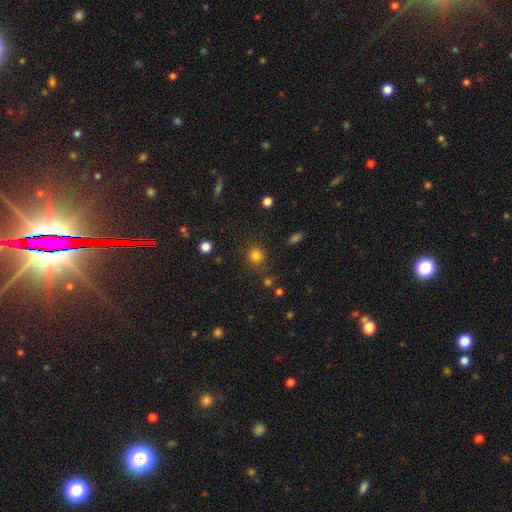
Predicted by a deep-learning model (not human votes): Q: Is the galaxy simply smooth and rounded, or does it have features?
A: smooth — 79%.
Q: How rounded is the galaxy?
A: round — 86%.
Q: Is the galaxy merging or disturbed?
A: none — 82%.